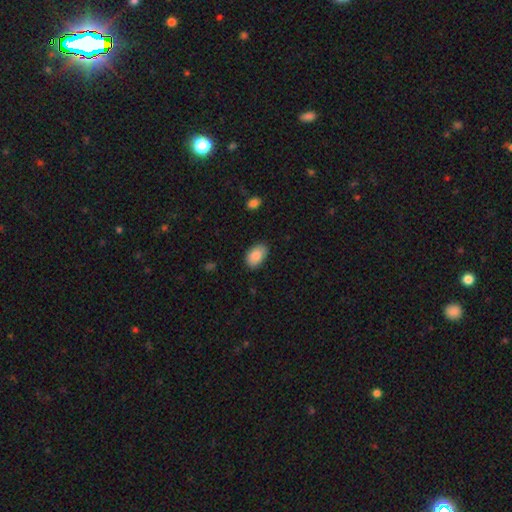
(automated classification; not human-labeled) smooth_or_featured: smooth (p=0.85) [alt: featured or disk p=0.08]
how_rounded: in between (p=0.91) [alt: round p=0.08]
merging: none (p=0.83) [alt: minor disturbance p=0.13]